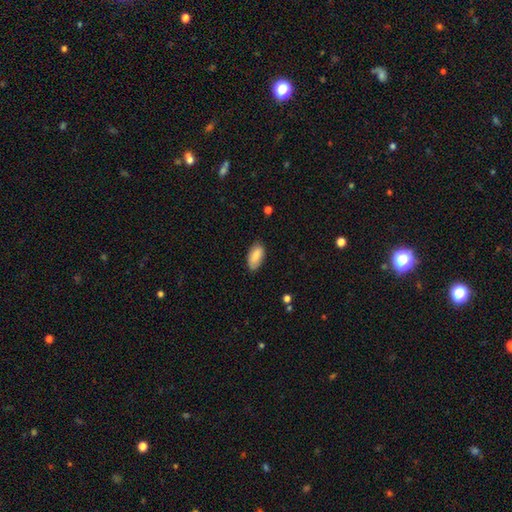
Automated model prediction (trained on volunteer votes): smooth-or-featured: smooth: 83% | featured or disk: 11% | star or artifact: 6%
  how-rounded: in between: 92% | cigar-shaped: 6% | round: 2%
  merging: none: 81% | minor disturbance: 15% | major disturbance: 3% | merger: 1%